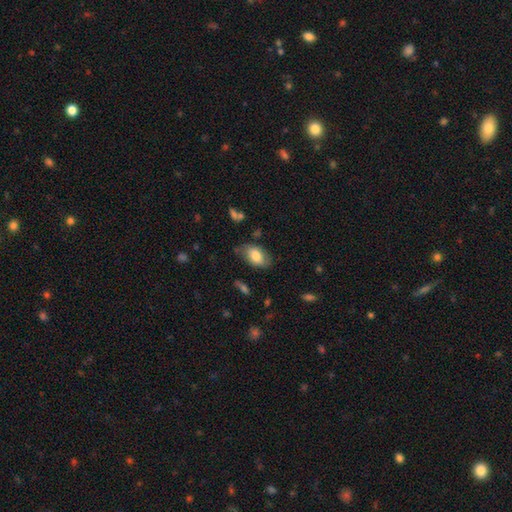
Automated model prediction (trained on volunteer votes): smooth 74%, featured or disk 20%, star or artifact 7%. Down the decision tree: how rounded — in between (93%); merging — none (68%).